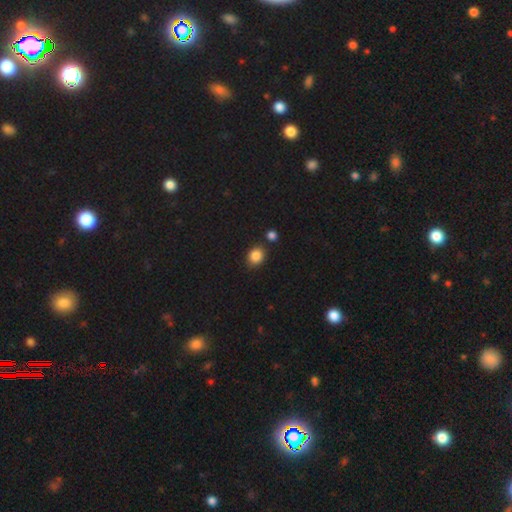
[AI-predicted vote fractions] Overall: smooth (87%). How rounded: round (59%; in between 40%). Merging: none (79%).